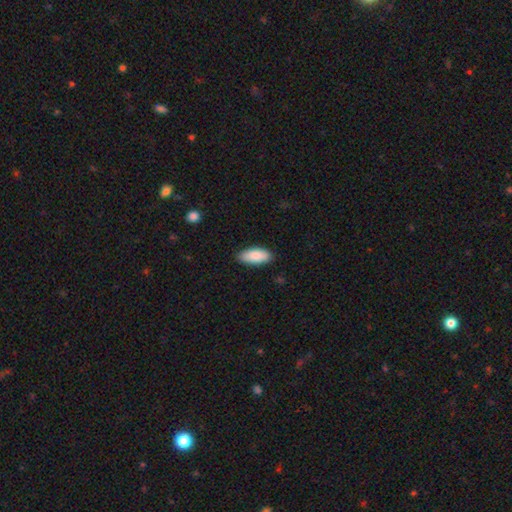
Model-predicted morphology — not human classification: smooth_or_featured: smooth (p=0.87) [alt: featured or disk p=0.08]
how_rounded: in between (p=0.85) [alt: cigar-shaped p=0.13]
merging: none (p=0.87) [alt: minor disturbance p=0.10]